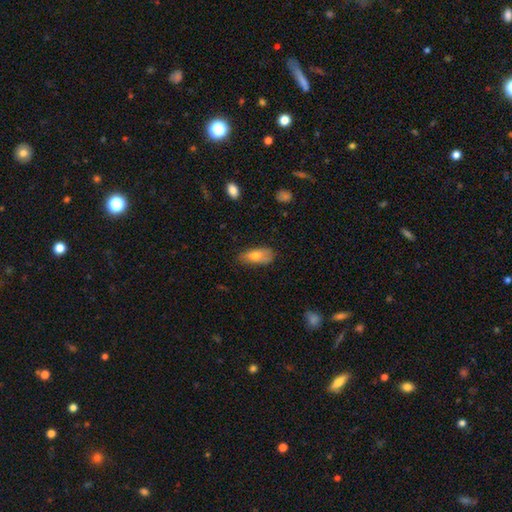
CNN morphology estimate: A smooth galaxy with no disk features (71%) that is in between round and cigar-shaped (85%). Merging: none (64%).